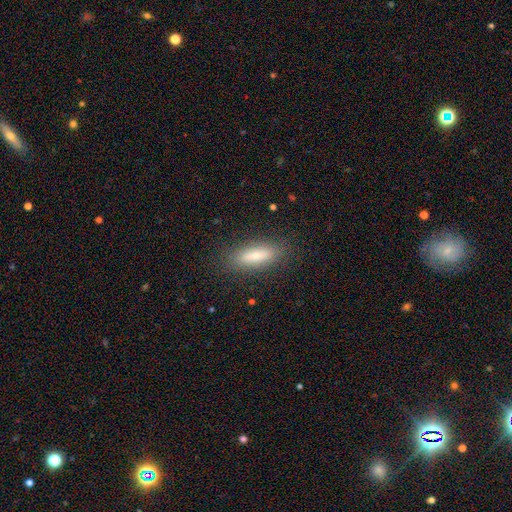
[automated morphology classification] Smooth or featured? Predicted: smooth (p=0.75). How rounded? Predicted: cigar-shaped (p=0.55). Merging? Predicted: none (p=0.86).